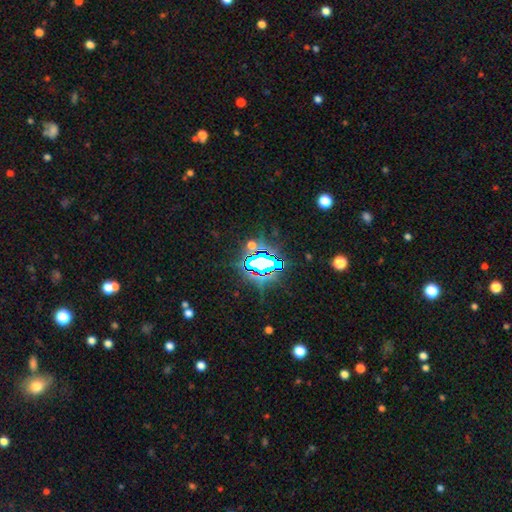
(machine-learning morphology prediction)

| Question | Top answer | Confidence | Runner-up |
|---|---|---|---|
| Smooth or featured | star or artifact | 78% | smooth (13%) |